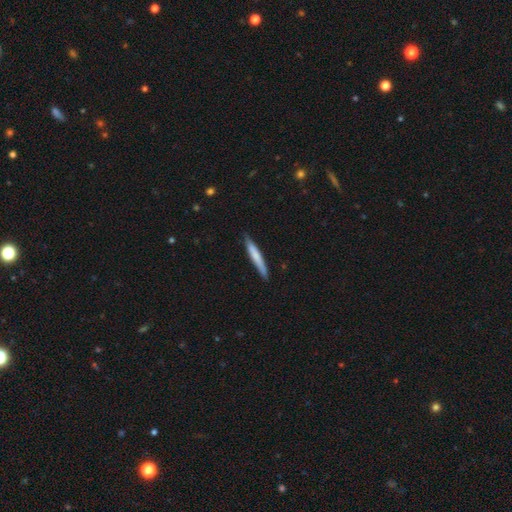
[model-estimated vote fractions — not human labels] Smooth or featured? Predicted: smooth (p=0.68). How rounded? Predicted: cigar-shaped (p=0.95). Merging? Predicted: none (p=0.86).